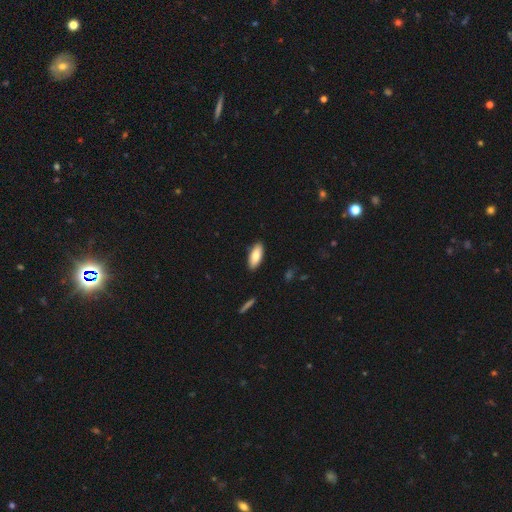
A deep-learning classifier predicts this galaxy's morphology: A smooth galaxy with no disk features (82%) that is in between round and cigar-shaped (80%). Merging: none (89%).